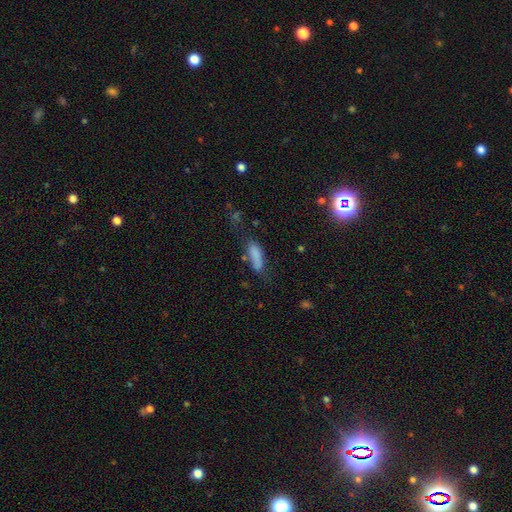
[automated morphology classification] Smooth or featured? smooth (80%)
How rounded? in between (63%)
Merging? none (47%)